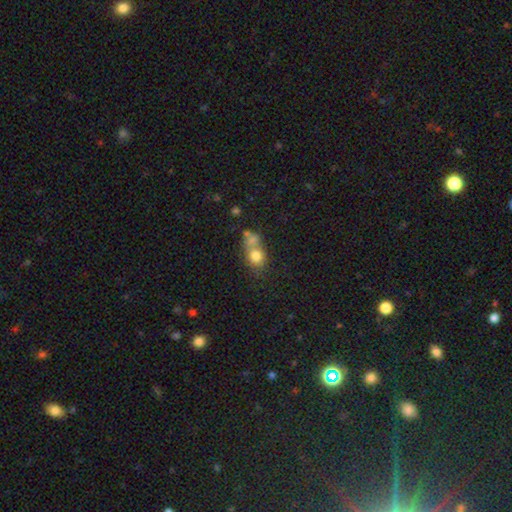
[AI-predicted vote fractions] Morphology: type=smooth (75%); roundness=round (61%); merging=merger (52%).